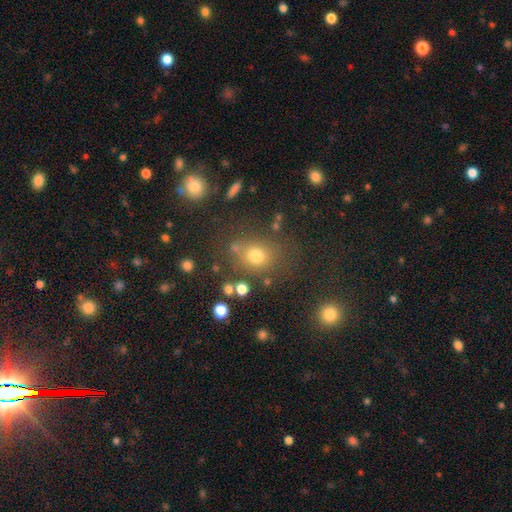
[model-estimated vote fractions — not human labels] Smooth or featured: smooth — 72% (star or artifact — 18%)
How rounded: round — 61% (in between — 38%)
Merging: none — 72% (minor disturbance — 14%)